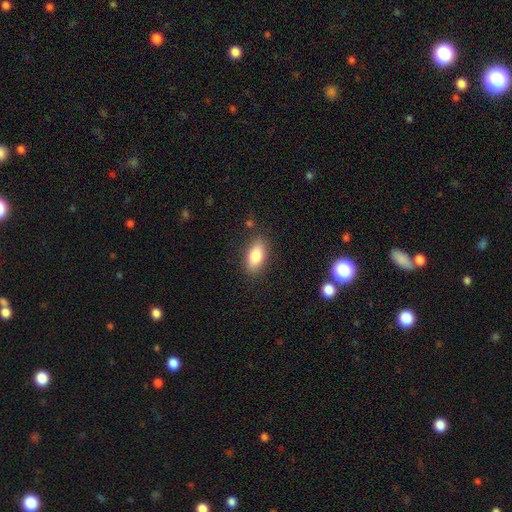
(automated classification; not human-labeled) Smooth or featured? Predicted: smooth (p=0.81). How rounded? Predicted: in between (p=0.87). Merging? Predicted: none (p=0.84).